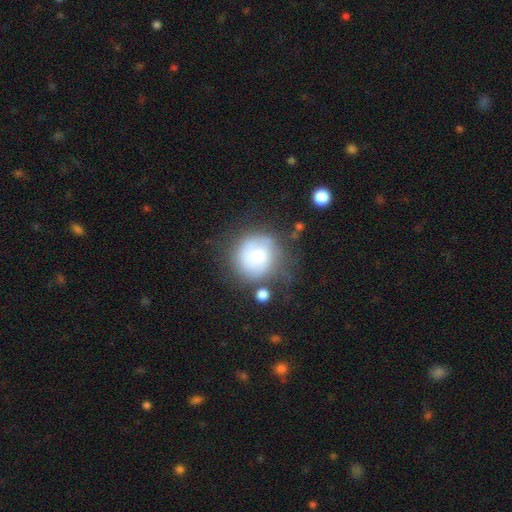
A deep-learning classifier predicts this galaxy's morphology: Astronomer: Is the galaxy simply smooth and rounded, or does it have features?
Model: smooth — 56% (runner-up: featured or disk, 35%).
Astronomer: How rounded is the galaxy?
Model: round — 88%.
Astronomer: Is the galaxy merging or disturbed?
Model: none — 56%.